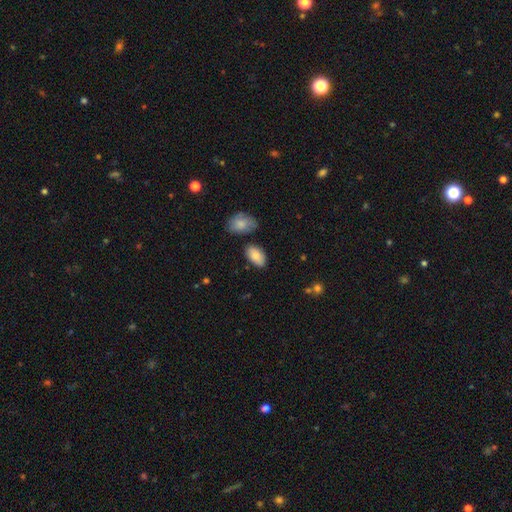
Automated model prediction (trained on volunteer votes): smooth-or-featured: smooth: 86% | featured or disk: 7% | star or artifact: 7%
  how-rounded: in between: 94% | round: 4% | cigar-shaped: 2%
  merging: none: 79% | minor disturbance: 13% | merger: 5% | major disturbance: 3%